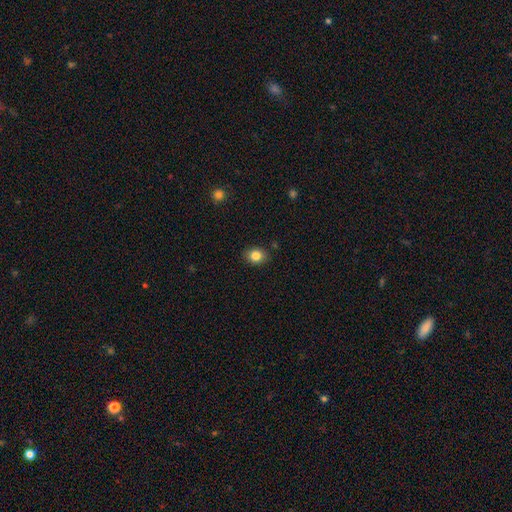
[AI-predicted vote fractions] This is clearly a smooth galaxy (84%). How rounded: possibly round (54%). Merging: clearly none (87%).